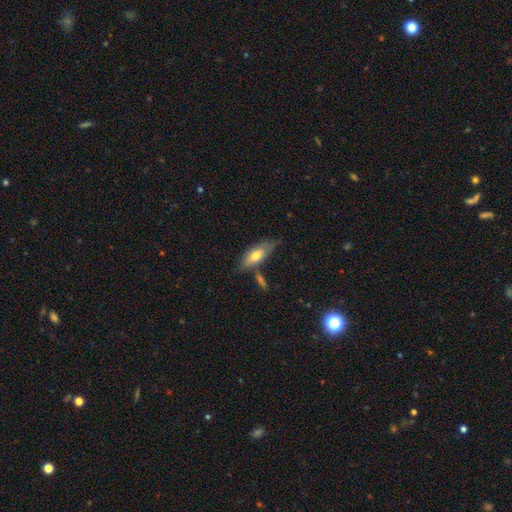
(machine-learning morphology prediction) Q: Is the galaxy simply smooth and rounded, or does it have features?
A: smooth — 67%.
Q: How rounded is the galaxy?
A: in between — 73%.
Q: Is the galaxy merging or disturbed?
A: none — 61%.